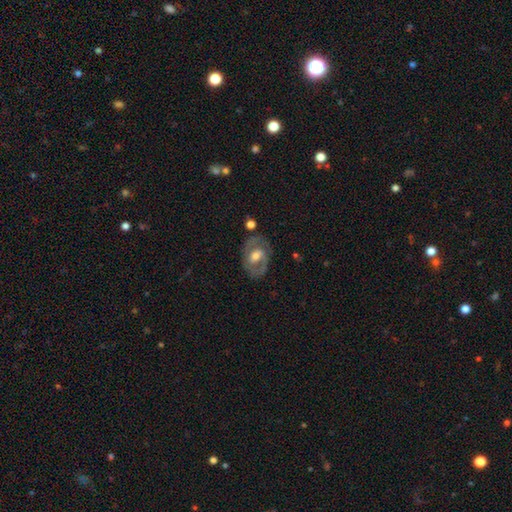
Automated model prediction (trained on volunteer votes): The model was most divided on "bar": no: 44%, weak: 42%, strong: 14%. Remaining: edge-on disk — no (96%); spiral arm count — 2 (77%); merging — none (76%); smooth or featured — featured or disk (73%); spiral arms — yes (73%); bulge size — moderate (65%); spiral winding — medium (45%).